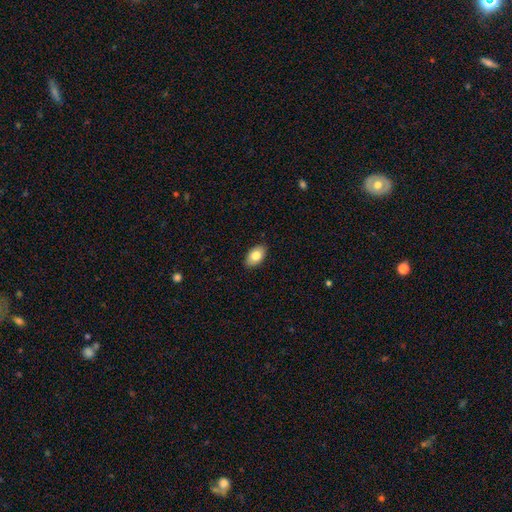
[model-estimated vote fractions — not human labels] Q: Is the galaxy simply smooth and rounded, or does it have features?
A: smooth — 82%.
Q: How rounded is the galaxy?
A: in between — 92%.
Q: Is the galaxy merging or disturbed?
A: none — 89%.